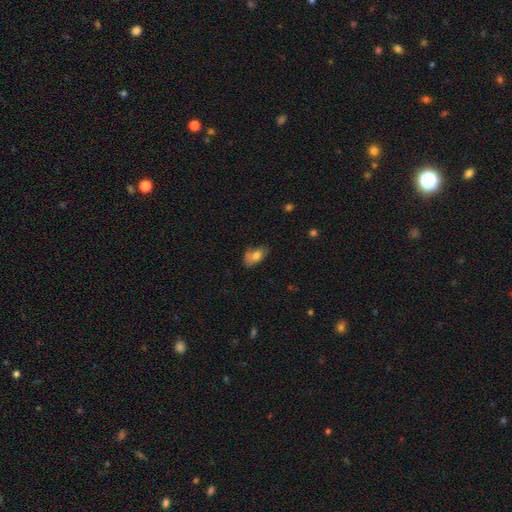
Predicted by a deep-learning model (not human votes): smooth-or-featured: smooth: 74% | featured or disk: 17% | star or artifact: 8%
  how-rounded: in between: 89% | round: 8% | cigar-shaped: 3%
  merging: none: 47% | minor disturbance: 34% | major disturbance: 13% | merger: 5%